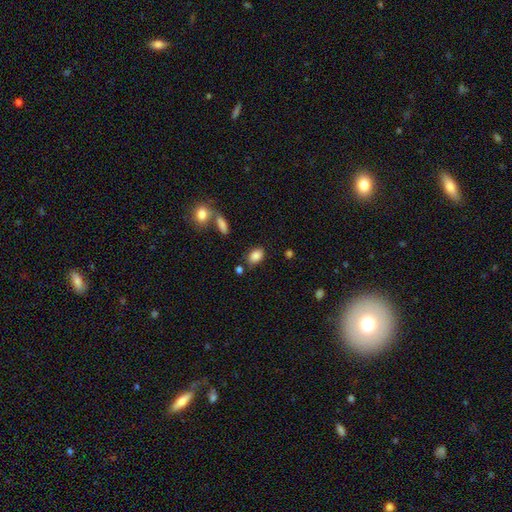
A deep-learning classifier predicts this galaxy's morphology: smooth-or-featured: smooth: 86% | star or artifact: 8% | featured or disk: 6%
  how-rounded: in between: 84% | round: 14% | cigar-shaped: 2%
  merging: none: 73% | minor disturbance: 16% | merger: 6% | major disturbance: 4%